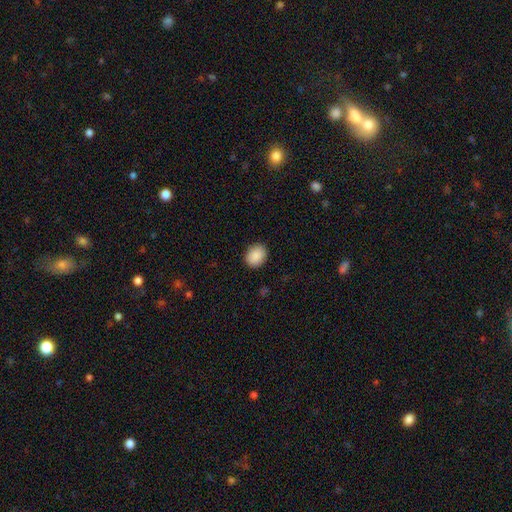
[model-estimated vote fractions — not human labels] Q: Smooth or featured?
A: smooth (90%); runner-up: star or artifact (7%)
Q: How rounded?
A: round (52%); runner-up: in between (47%)
Q: Merging?
A: none (89%); runner-up: minor disturbance (8%)